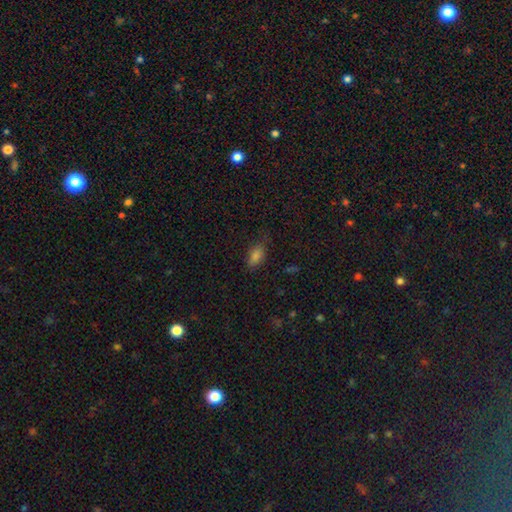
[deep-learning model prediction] Smooth or featured? Predicted: smooth (p=0.79). How rounded? Predicted: in between (p=0.89). Merging? Predicted: none (p=0.70).